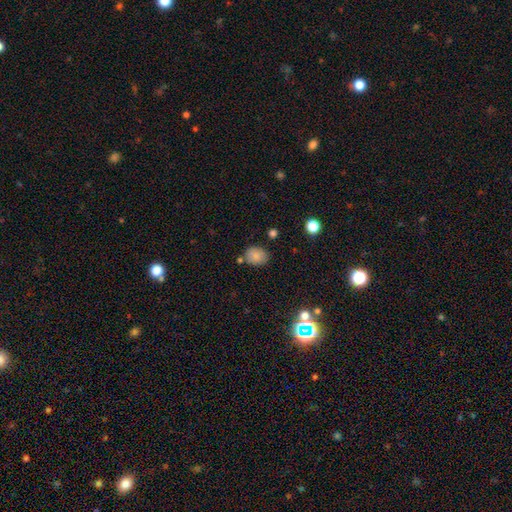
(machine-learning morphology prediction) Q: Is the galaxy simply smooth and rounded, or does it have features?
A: smooth — 82%.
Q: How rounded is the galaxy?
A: in between — 55%.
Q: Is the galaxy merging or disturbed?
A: none — 76%.